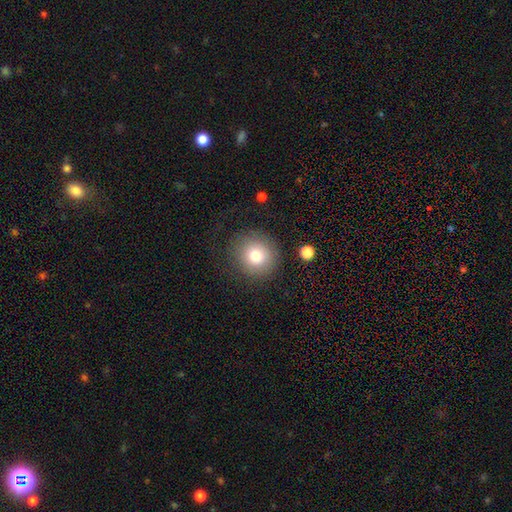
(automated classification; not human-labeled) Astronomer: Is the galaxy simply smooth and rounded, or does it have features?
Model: smooth — 78%.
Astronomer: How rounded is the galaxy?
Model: round — 92%.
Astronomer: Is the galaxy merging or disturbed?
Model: none — 84%.